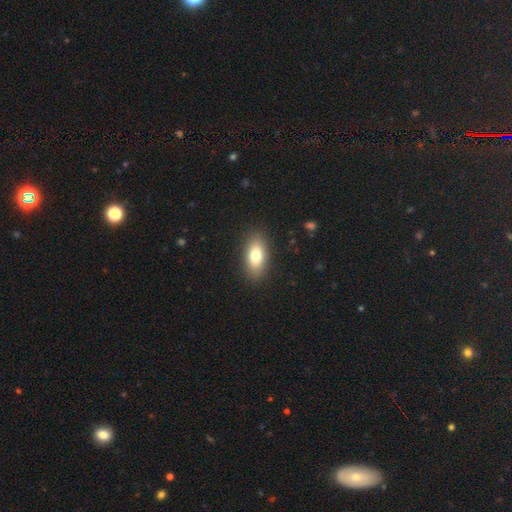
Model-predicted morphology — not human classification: smooth-or-featured: smooth: 78% | featured or disk: 14% | star or artifact: 8%
  how-rounded: in between: 86% | cigar-shaped: 9% | round: 4%
  merging: none: 88% | minor disturbance: 8% | major disturbance: 2% | merger: 1%